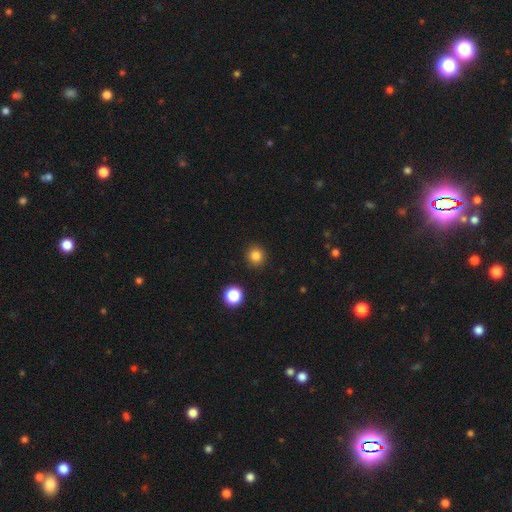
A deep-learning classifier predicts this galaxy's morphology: smooth 83%, star or artifact 13%, featured or disk 4%. Down the decision tree: how rounded — round (92%); merging — none (91%).